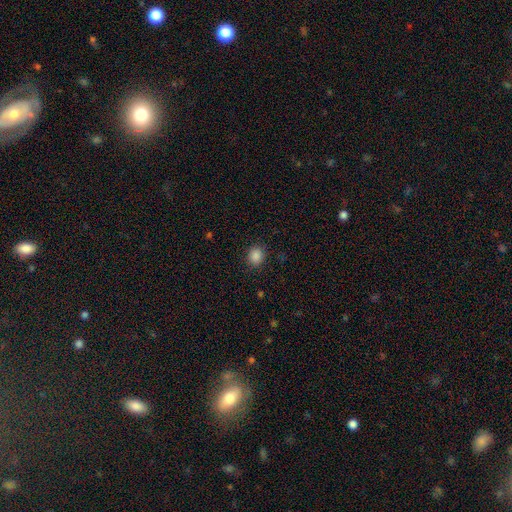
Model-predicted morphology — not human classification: A smooth galaxy with no disk features (87%) that is round (70%).

Vote fractions:
- Smooth or featured? smooth: 87% / star or artifact: 10% / featured or disk: 3%
- How rounded? round: 70% / in between: 29% / cigar-shaped: 1%
- Merging? none: 88% / minor disturbance: 8% / major disturbance: 3% / merger: 1%